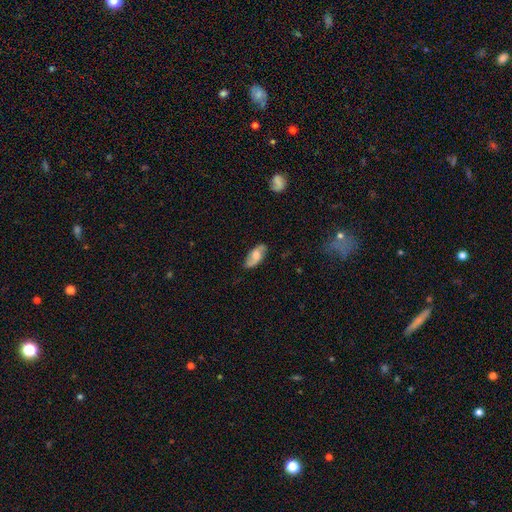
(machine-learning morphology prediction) Smooth or featured?
  - featured or disk: 57% *
  - smooth: 36%
  - star or artifact: 7%
Edge-on disk?
  - no: 90% *
  - yes: 10%
Bar?
  - no: 54% *
  - weak: 38%
  - strong: 8%
Spiral arms?
  - yes: 89% *
  - no: 11%
Bulge size?
  - moderate: 36% *
  - large: 28%
  - none: 17%
  - small: 16%
  - dominant: 3%
Merging?
  - none: 79% *
  - minor disturbance: 16%
  - major disturbance: 4%
  - merger: 1%